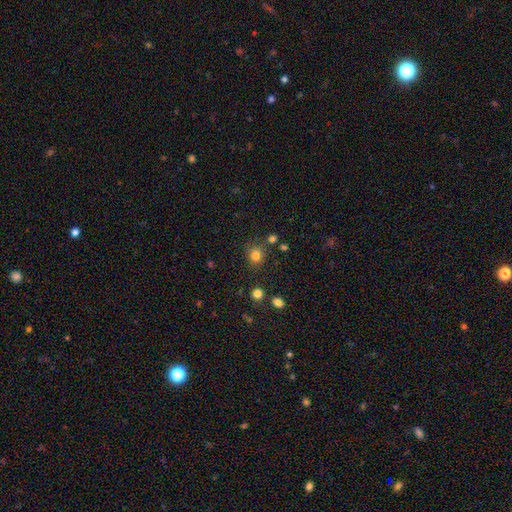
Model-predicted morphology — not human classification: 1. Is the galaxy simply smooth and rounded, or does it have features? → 80% smooth, 14% star or artifact, 6% featured or disk.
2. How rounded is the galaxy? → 82% round, 17% in between, 1% cigar-shaped.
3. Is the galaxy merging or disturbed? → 79% none, 12% minor disturbance, 6% merger, 4% major disturbance.